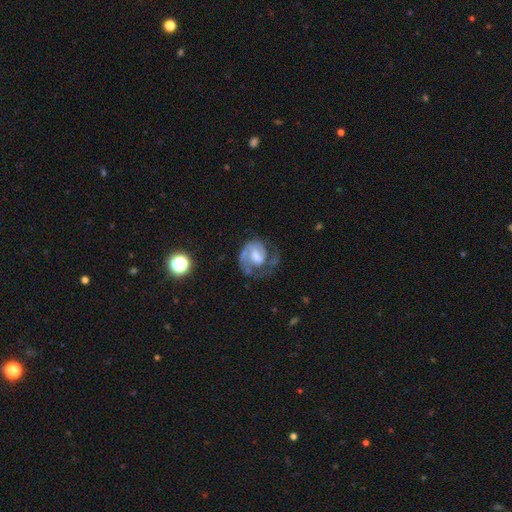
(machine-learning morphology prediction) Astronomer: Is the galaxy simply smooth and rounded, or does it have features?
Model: featured or disk — 79%.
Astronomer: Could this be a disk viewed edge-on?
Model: no — 98%.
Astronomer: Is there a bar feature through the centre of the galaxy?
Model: weak — 51% (runner-up: no, 30%).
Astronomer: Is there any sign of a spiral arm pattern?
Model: yes — 91%.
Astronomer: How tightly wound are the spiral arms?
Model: tight — 44% (runner-up: medium, 40%).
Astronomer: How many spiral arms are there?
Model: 1 — 42% (runner-up: 2, 39%).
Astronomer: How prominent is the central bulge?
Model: moderate — 37% (runner-up: small, 27%).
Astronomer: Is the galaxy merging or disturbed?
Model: none — 44% (runner-up: major disturbance, 31%).